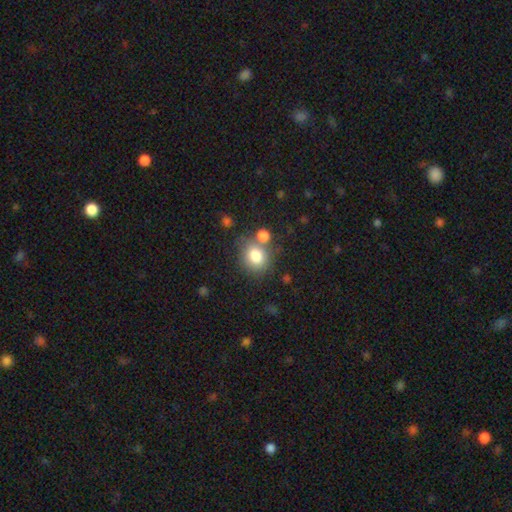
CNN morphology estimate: This appears to be a smooth galaxy with no disk features (81%) that is round (70%). Merging: none (66%).